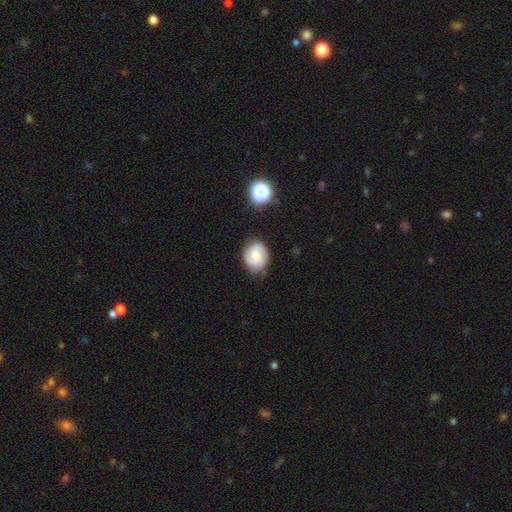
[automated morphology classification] Smooth or featured? smooth (57%)
How rounded? round (54%)
Merging? none (73%)